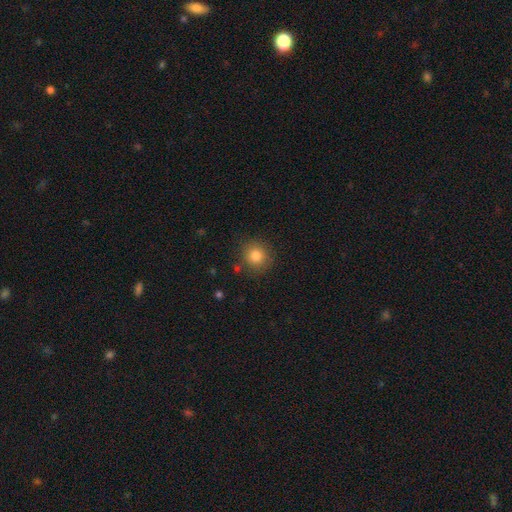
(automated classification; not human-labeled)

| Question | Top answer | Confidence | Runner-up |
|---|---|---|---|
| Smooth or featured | smooth | 83% | star or artifact (11%) |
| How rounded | round | 90% | in between (9%) |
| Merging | none | 85% | minor disturbance (9%) |